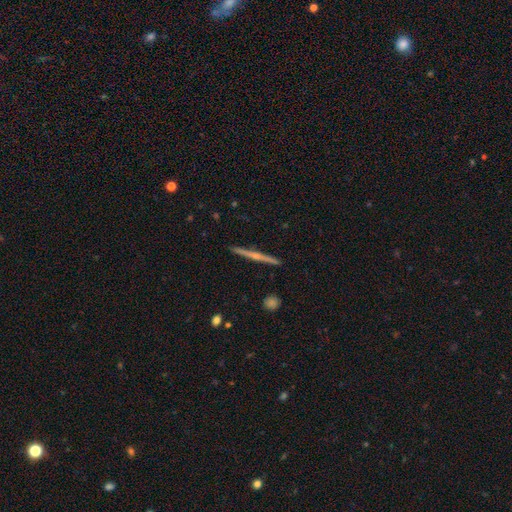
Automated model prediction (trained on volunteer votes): Morphology: type=featured or disk (73%); edge-on=yes (98%); edge-on bulge=rounded (65%); merging=none (93%).